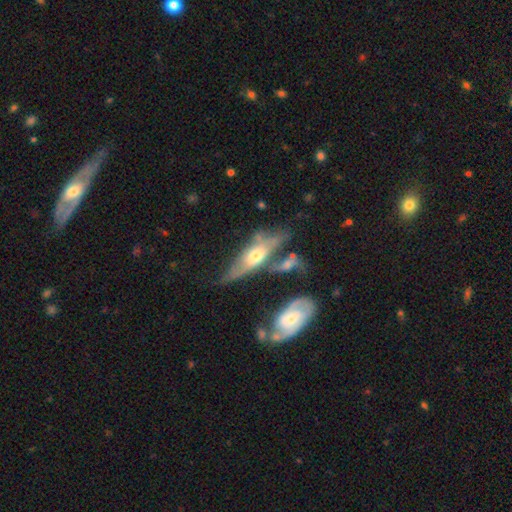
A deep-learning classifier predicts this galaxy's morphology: This appears to be a featured or disk galaxy (61%). Merging: none (32%).